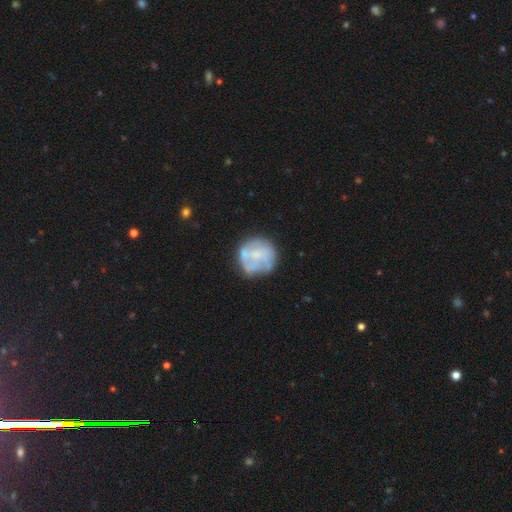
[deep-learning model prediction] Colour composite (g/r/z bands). It shows a featured or disk galaxy (54%) with no bar (78%), no spiral arms (74%) and no central bulge (36%). Merging: none (65%).